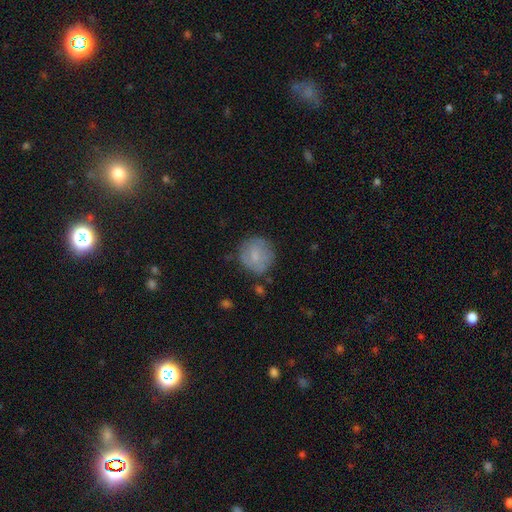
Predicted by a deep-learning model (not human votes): This appears to be a smooth galaxy with no disk features (71%) that is round (90%). Merging: none (73%).